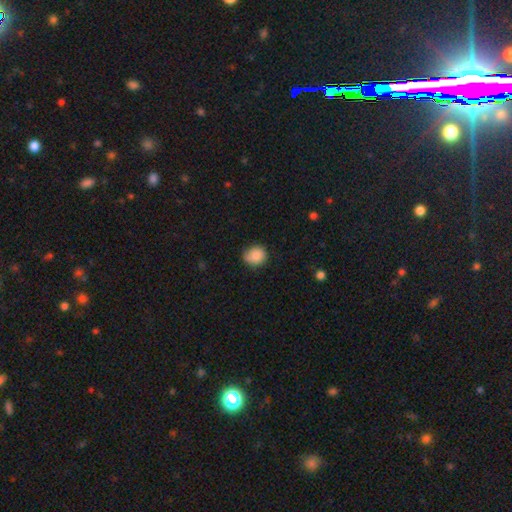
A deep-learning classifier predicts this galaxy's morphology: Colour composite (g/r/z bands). It shows a smooth galaxy with no disk features (86%) that is round (77%). Merging: none (68%).